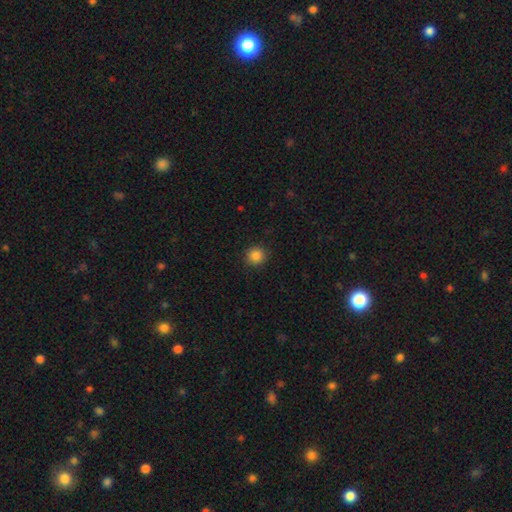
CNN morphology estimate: Smooth or featured?
  - smooth: 86% *
  - star or artifact: 11%
  - featured or disk: 4%
How rounded?
  - round: 92% *
  - in between: 7%
  - cigar-shaped: 1%
Merging?
  - none: 91% *
  - minor disturbance: 6%
  - major disturbance: 2%
  - merger: 1%